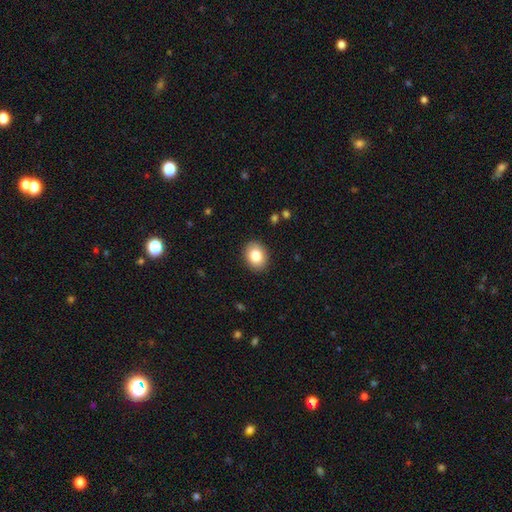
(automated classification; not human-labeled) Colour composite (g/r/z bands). It shows a smooth galaxy with no disk features (83%) that is in between round and cigar-shaped (54%). Merging: none (90%).